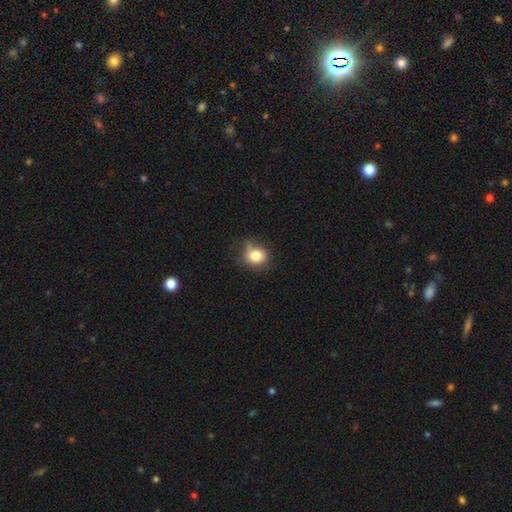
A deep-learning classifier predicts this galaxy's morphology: A smooth galaxy with no disk features (79%) that is round (75%).

Vote fractions:
- Smooth or featured? smooth: 79% / star or artifact: 11% / featured or disk: 9%
- How rounded? round: 75% / in between: 24% / cigar-shaped: 1%
- Merging? none: 60% / minor disturbance: 28% / major disturbance: 8% / merger: 5%